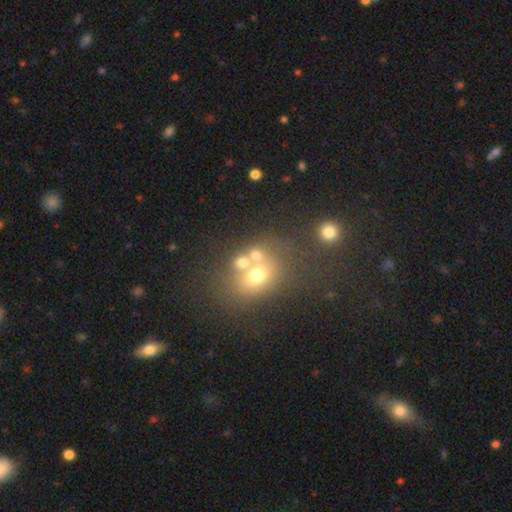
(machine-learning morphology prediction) A smooth galaxy with no disk features (59%) that is round (54%).

Vote fractions:
- Smooth or featured? smooth: 59% / featured or disk: 22% / star or artifact: 20%
- How rounded? round: 54% / in between: 45% / cigar-shaped: 1%
- Merging? merger: 41% / none: 40% / minor disturbance: 11% / major disturbance: 8%